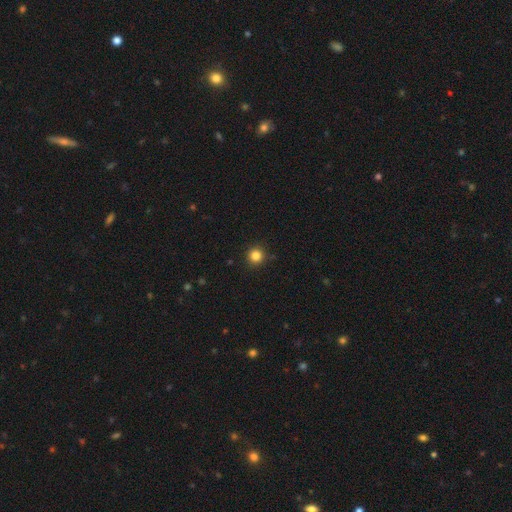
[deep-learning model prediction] This appears to be a smooth galaxy with no disk features (83%) that is round (95%). Merging: none (91%).